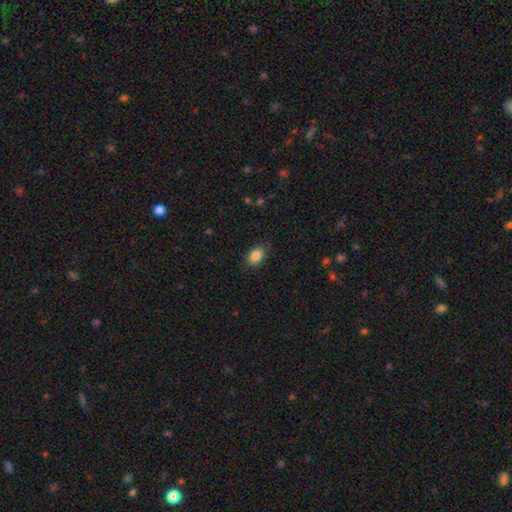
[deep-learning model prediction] smooth_or_featured: smooth (p=0.88) [alt: star or artifact p=0.08]
how_rounded: in between (p=0.83) [alt: round p=0.15]
merging: none (p=0.82) [alt: minor disturbance p=0.14]